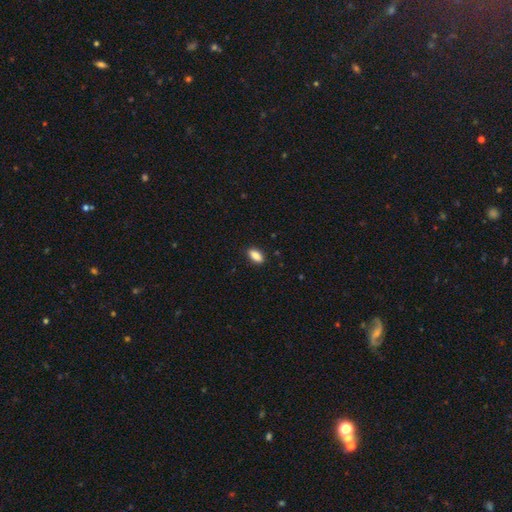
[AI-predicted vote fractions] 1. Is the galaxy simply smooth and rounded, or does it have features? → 87% smooth, 7% star or artifact, 6% featured or disk.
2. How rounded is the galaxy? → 85% in between, 11% cigar-shaped, 4% round.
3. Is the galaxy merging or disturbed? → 89% none, 9% minor disturbance, 2% major disturbance, 1% merger.